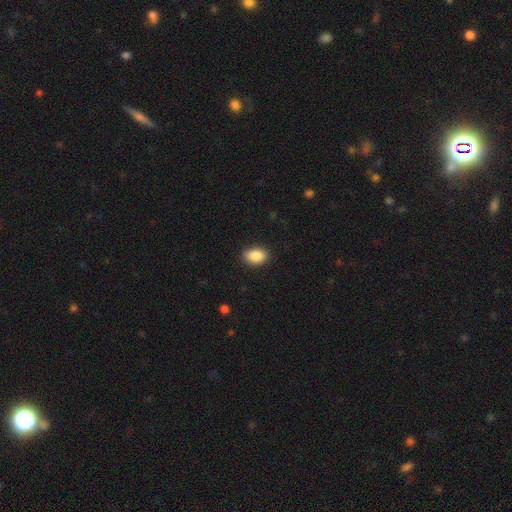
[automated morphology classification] The model was most divided on "how rounded": in between: 86%, round: 12%, cigar-shaped: 1%. More confident: smooth or featured — smooth (89%); merging — none (89%).